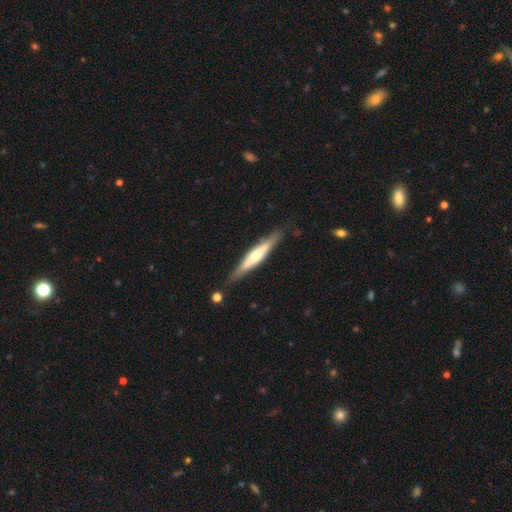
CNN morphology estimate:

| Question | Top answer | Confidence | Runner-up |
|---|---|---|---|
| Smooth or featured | featured or disk | 58% | smooth (37%) |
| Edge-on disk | yes | 94% | no (6%) |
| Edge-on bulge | rounded | 75% | none (14%) |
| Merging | none | 84% | minor disturbance (11%) |